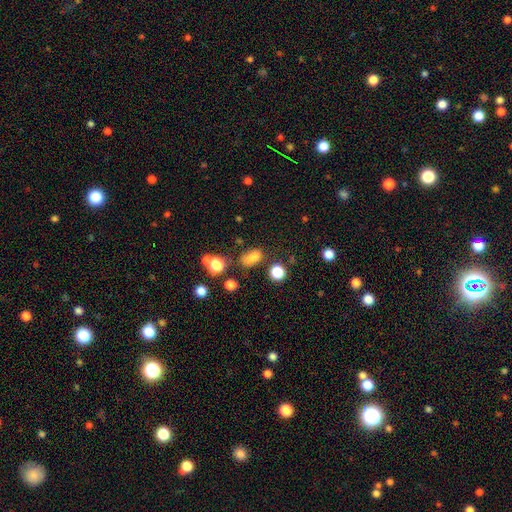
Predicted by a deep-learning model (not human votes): smooth_or_featured: smooth (p=0.75) [alt: star or artifact p=0.18]
how_rounded: in between (p=0.80) [alt: round p=0.17]
merging: none (p=0.61) [alt: minor disturbance p=0.21]